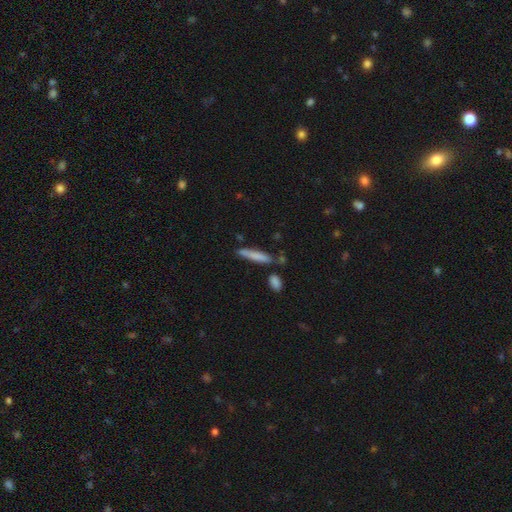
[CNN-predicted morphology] This is likely a smooth galaxy (77%). How rounded: clearly cigar-shaped (90%). Merging: likely none (75%).